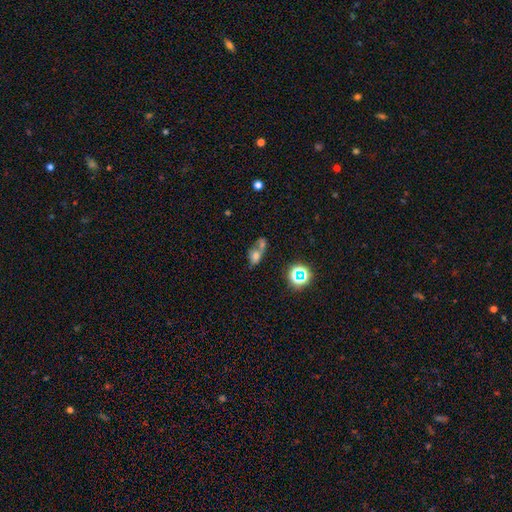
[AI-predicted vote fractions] Smooth or featured? Predicted: smooth (p=0.60). How rounded? Predicted: in between (p=0.64). Merging? Predicted: merger (p=0.58).